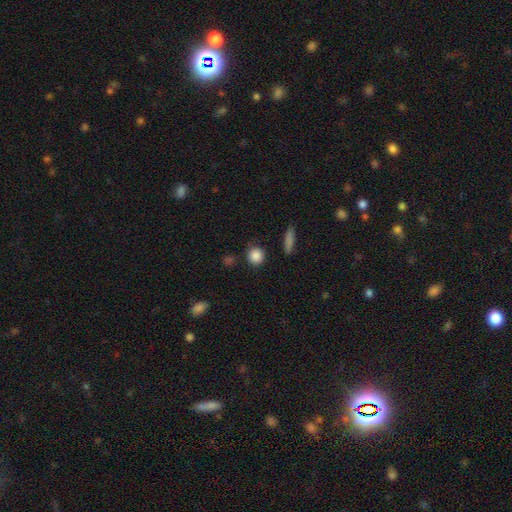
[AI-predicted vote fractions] This is clearly a smooth galaxy (87%). How rounded: clearly round (91%). Merging: clearly none (86%).